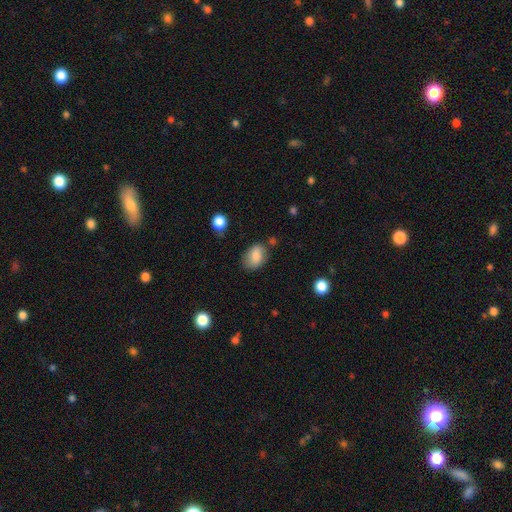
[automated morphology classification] Overall: smooth (83%). How rounded: in between (80%). Merging: none (70%).